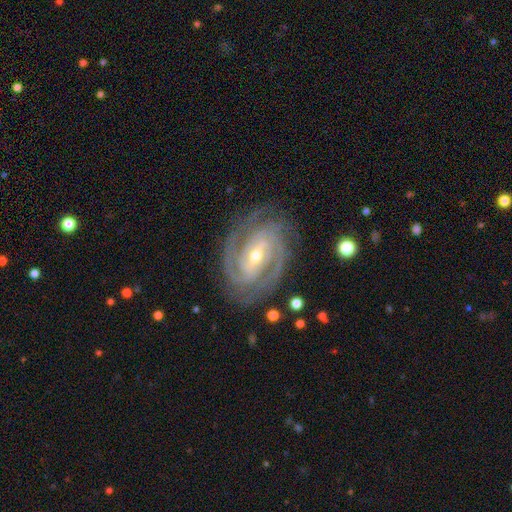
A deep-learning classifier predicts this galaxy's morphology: type=featured or disk (92%); edge-on=no (97%); bar=strong (42%); spiral arms=yes (98%); winding=tight (73%); arm count=2 (42%); bulge=small (50%); merging=none (81%).